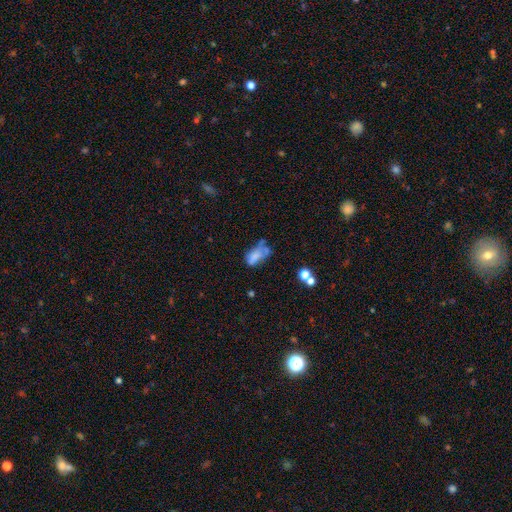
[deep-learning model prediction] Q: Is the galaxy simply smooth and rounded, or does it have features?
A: smooth — 56%.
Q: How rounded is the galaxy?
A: in between — 87%.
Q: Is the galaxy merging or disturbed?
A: major disturbance — 29%.